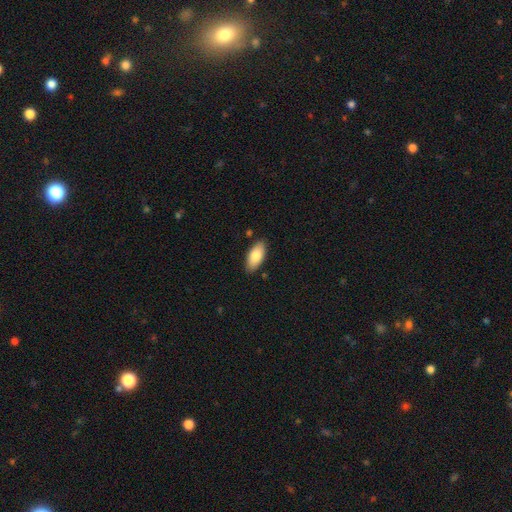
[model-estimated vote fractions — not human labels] A smooth galaxy with no disk features (81%) that is in between round and cigar-shaped (90%). Merging: none (86%).